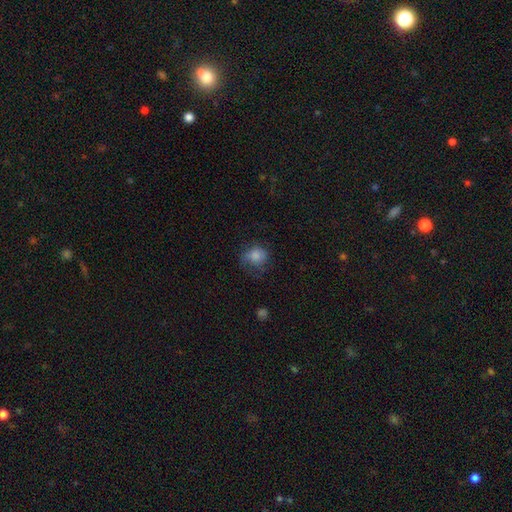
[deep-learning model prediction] The model was most divided on "merging": none: 49%, minor disturbance: 28%, major disturbance: 21%, merger: 2%. More confident: smooth or featured — smooth (78%); how rounded — round (72%).